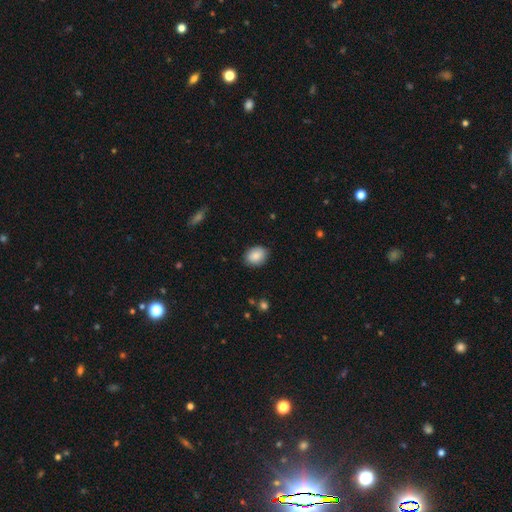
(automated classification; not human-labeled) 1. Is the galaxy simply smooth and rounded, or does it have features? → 87% smooth, 7% star or artifact, 6% featured or disk.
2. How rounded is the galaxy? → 63% in between, 36% round, 1% cigar-shaped.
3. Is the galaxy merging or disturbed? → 85% none, 12% minor disturbance, 2% major disturbance, 1% merger.